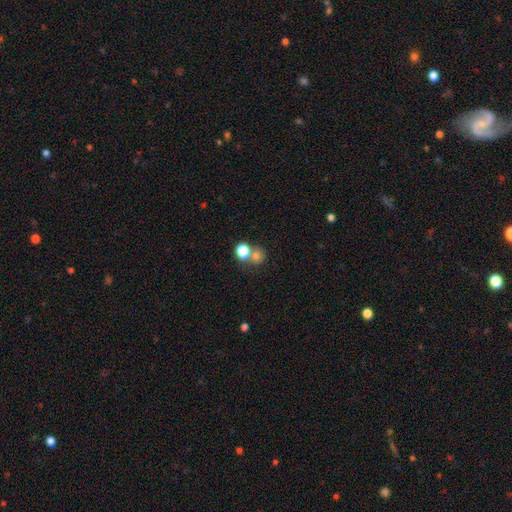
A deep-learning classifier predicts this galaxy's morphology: A smooth galaxy with no disk features (75%) that is round (82%). Merging: none (52%).